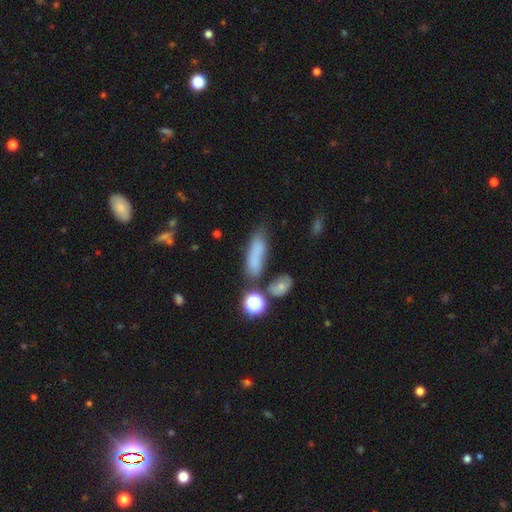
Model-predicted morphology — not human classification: smooth-or-featured: smooth: 71% | featured or disk: 14% | star or artifact: 14%
  how-rounded: in between: 47% | cigar-shaped: 46% | round: 7%
  merging: none: 58% | minor disturbance: 21% | merger: 13% | major disturbance: 9%